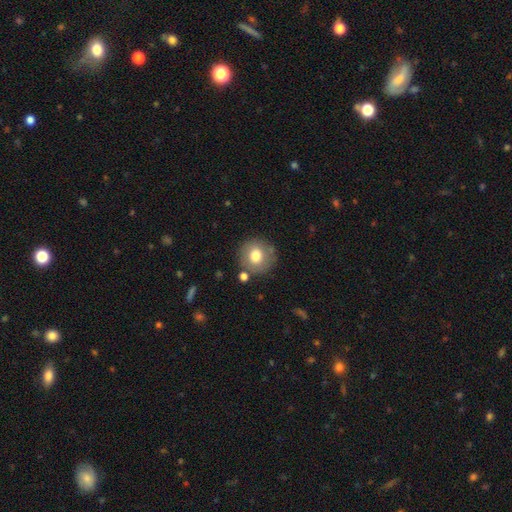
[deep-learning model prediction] Smooth or featured: smooth — 74% (featured or disk — 17%)
How rounded: round — 92% (in between — 8%)
Merging: none — 80% (minor disturbance — 11%)